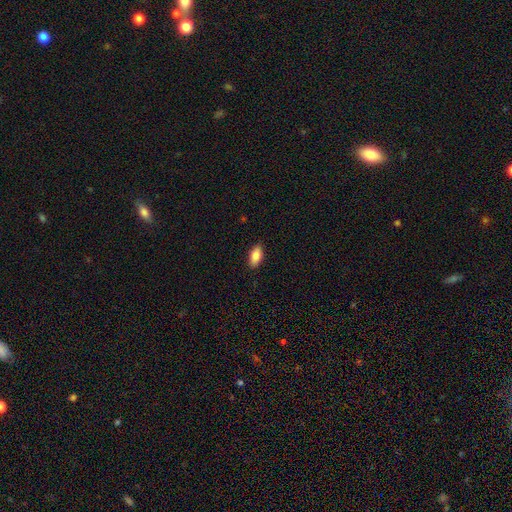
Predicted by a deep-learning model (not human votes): This appears to be a smooth galaxy with no disk features (88%) that is in between round and cigar-shaped (90%). Merging: none (89%).